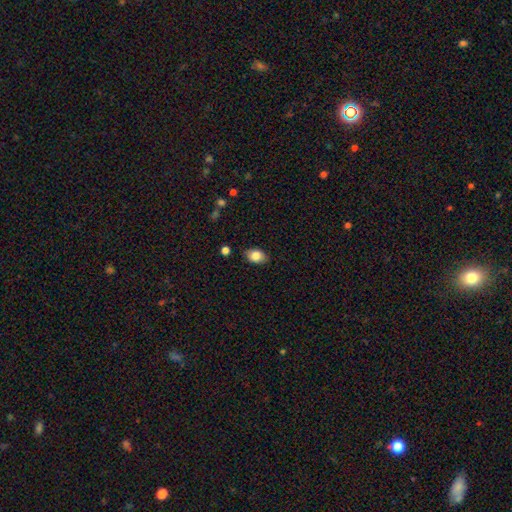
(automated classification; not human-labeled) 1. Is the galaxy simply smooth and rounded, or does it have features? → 82% smooth, 10% featured or disk, 8% star or artifact.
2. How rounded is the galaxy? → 84% in between, 14% round, 1% cigar-shaped.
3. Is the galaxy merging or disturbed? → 84% none, 12% minor disturbance, 2% major disturbance, 2% merger.